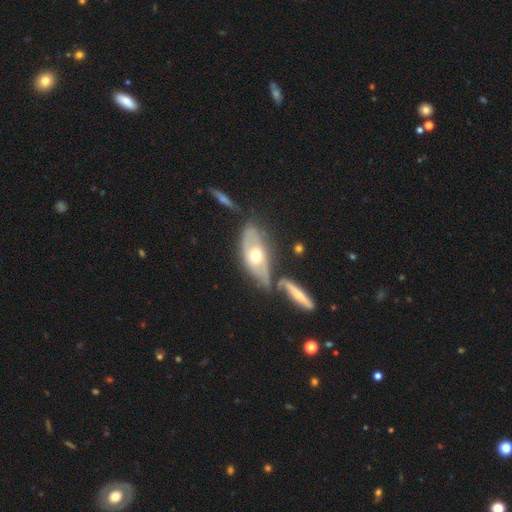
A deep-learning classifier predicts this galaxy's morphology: Q: Smooth or featured?
A: featured or disk (55%); runner-up: smooth (38%)
Q: Edge-on disk?
A: no (73%); runner-up: yes (27%)
Q: Merging?
A: none (49%); runner-up: minor disturbance (21%)